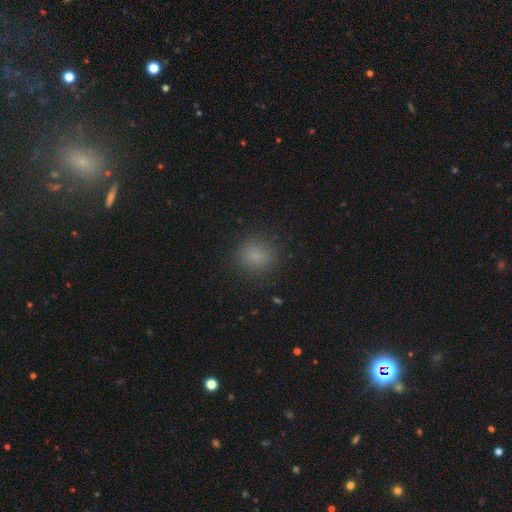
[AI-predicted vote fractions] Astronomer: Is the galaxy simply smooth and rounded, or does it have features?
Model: smooth — 82%.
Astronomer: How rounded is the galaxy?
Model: round — 82%.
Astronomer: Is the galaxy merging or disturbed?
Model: none — 87%.